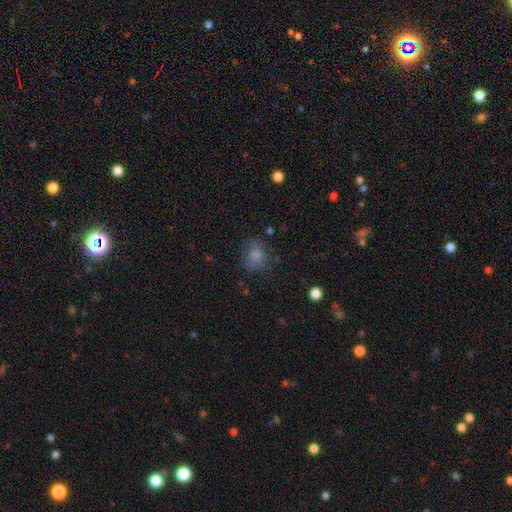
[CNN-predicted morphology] smooth_or_featured: smooth (p=0.76) [alt: star or artifact p=0.12]
how_rounded: round (p=0.60) [alt: in between p=0.39]
merging: none (p=0.60) [alt: minor disturbance p=0.24]